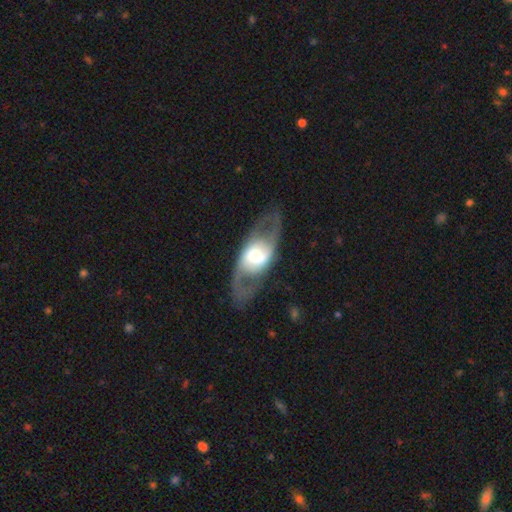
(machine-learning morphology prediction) This appears to be a featured or disk galaxy (75%) with no bar (43%), 2 (87%) medium (44%) spiral arms (75%) and a moderate central bulge (50%). Merging: none (75%).